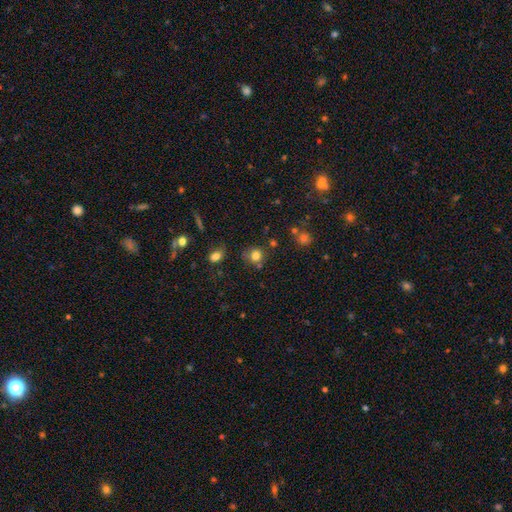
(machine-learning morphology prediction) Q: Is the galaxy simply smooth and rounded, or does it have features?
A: smooth — 79%.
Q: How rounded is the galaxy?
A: round — 84%.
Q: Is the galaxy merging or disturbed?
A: none — 68%.